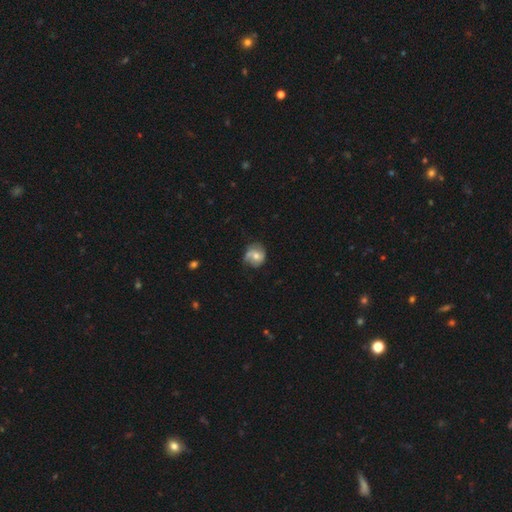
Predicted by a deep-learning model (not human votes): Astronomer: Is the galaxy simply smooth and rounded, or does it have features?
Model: featured or disk — 53% (runner-up: smooth, 39%).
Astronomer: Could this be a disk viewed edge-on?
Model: no — 97%.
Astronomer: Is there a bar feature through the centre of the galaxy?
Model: no — 67%.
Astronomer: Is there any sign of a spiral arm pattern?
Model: yes — 80%.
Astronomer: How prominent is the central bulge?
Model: moderate — 65%.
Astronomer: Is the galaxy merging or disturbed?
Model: none — 59%.